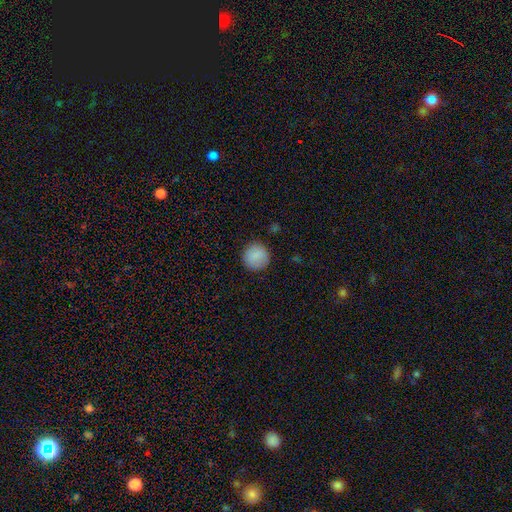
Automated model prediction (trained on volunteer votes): A smooth galaxy with no disk features (88%) that is round (94%). Merging: none (89%).